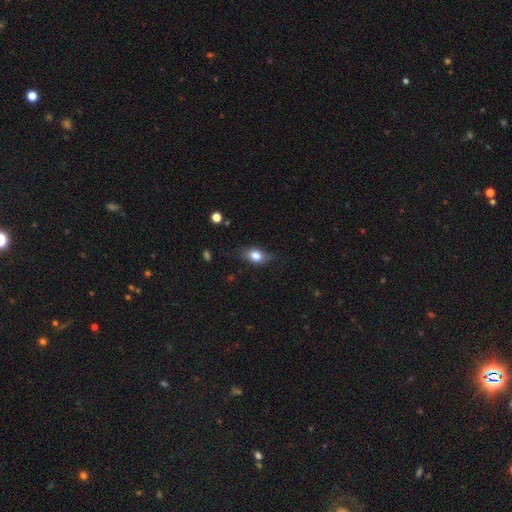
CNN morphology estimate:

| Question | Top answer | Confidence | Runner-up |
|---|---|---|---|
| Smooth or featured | smooth | 76% | featured or disk (16%) |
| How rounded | in between | 77% | round (17%) |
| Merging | none | 73% | minor disturbance (21%) |